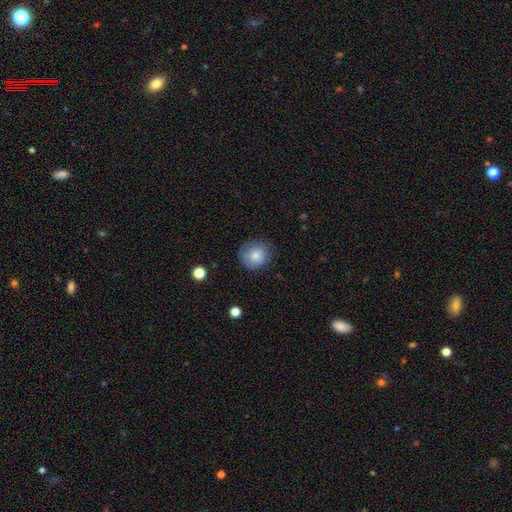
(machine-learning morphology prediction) The model was most divided on "merging": none: 75%, minor disturbance: 19%, major disturbance: 5%, merger: 1%. More confident: how rounded — round (87%); smooth or featured — smooth (80%).